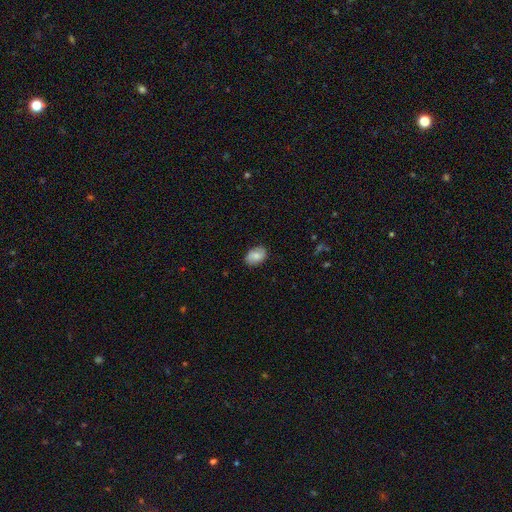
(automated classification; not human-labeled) The model was most divided on "smooth or featured": smooth: 78%, featured or disk: 15%, star or artifact: 7%. More confident: merging — none (85%); how rounded — in between (84%).